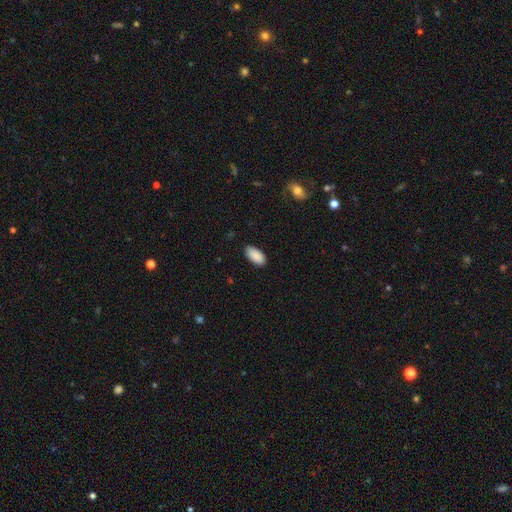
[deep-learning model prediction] Smooth or featured?
  - smooth: 91% *
  - star or artifact: 6%
  - featured or disk: 3%
How rounded?
  - in between: 94% *
  - cigar-shaped: 4%
  - round: 2%
Merging?
  - none: 87% *
  - minor disturbance: 10%
  - major disturbance: 2%
  - merger: 1%